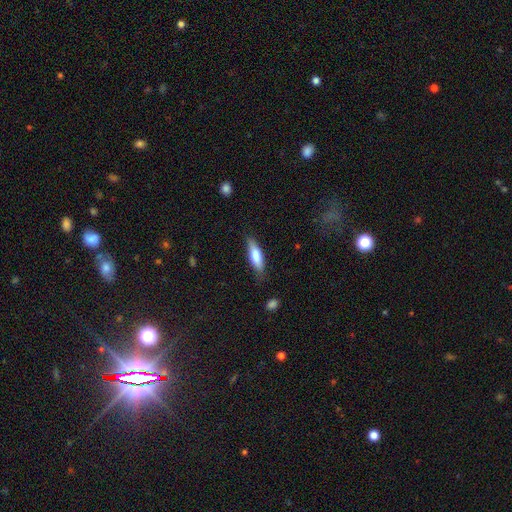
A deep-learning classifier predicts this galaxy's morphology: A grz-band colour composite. It shows a smooth galaxy with no disk features (71%) that is cigar-shaped (51%). Merging: none (78%).